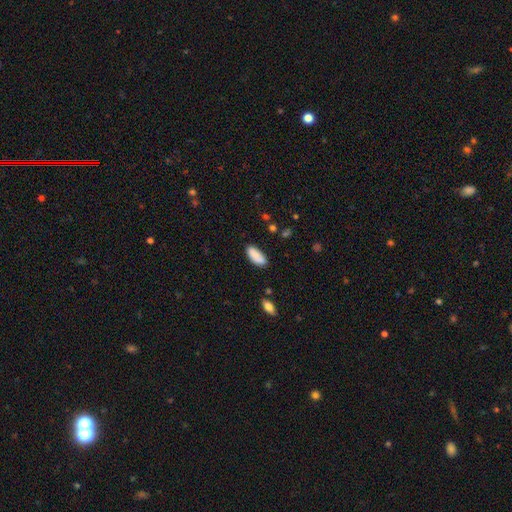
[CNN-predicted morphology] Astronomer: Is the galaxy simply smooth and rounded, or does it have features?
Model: smooth — 88%.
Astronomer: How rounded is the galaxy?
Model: in between — 85%.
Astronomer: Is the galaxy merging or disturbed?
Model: none — 81%.